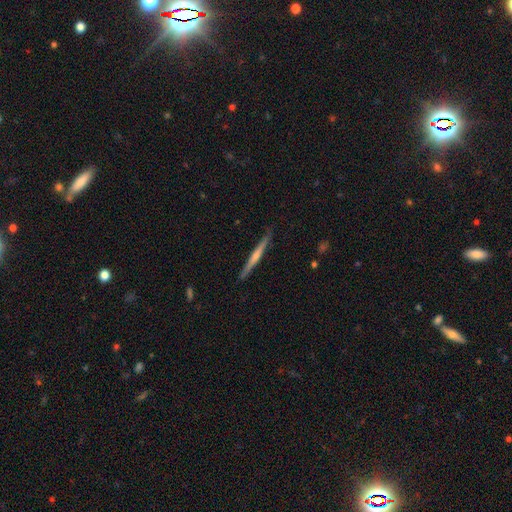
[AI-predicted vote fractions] Smooth or featured? Predicted: featured or disk (p=0.70). Edge-on disk? Predicted: yes (p=0.98). Edge-on bulge? Predicted: rounded (p=0.58). Merging? Predicted: none (p=0.91).